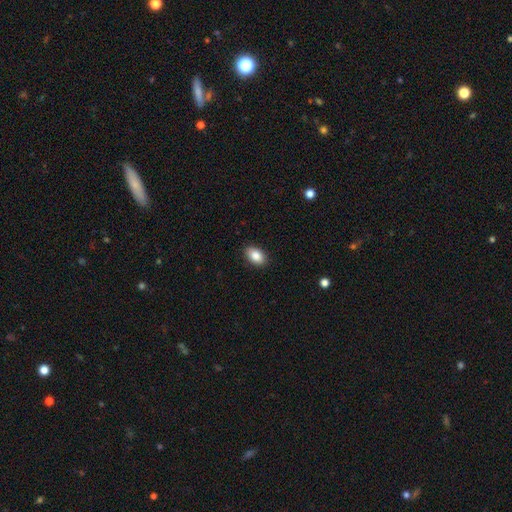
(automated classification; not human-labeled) smooth 87%, star or artifact 7%, featured or disk 5%. Down the decision tree: how rounded — in between (90%); merging — none (88%).